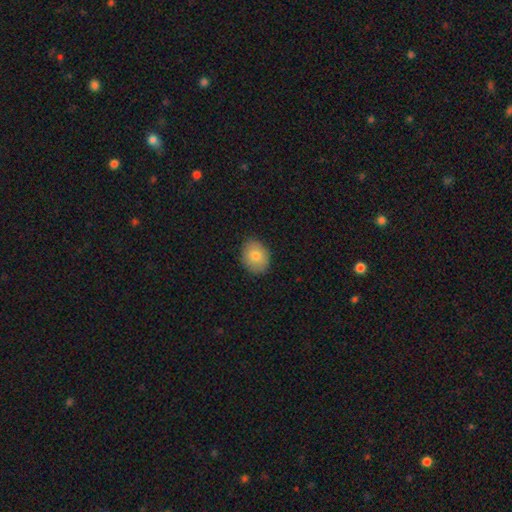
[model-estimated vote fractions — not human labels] smooth-or-featured: smooth: 80% | featured or disk: 13% | star or artifact: 8%
  how-rounded: in between: 54% | round: 45% | cigar-shaped: 1%
  merging: none: 86% | minor disturbance: 11% | major disturbance: 2% | merger: 1%